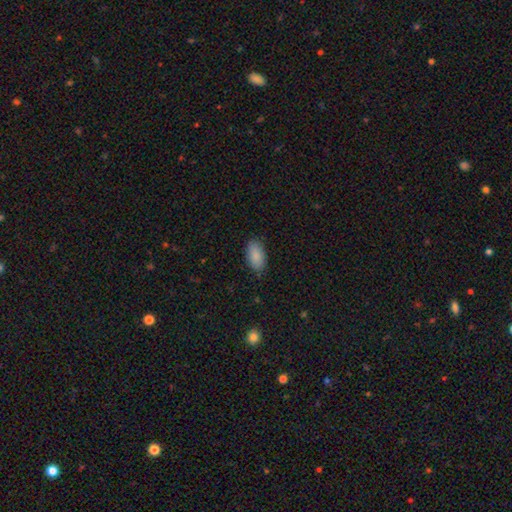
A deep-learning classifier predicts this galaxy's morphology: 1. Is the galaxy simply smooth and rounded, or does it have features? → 88% smooth, 7% star or artifact, 5% featured or disk.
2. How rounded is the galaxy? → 94% in between, 3% cigar-shaped, 3% round.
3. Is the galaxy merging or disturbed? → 84% none, 12% minor disturbance, 3% major disturbance, 1% merger.